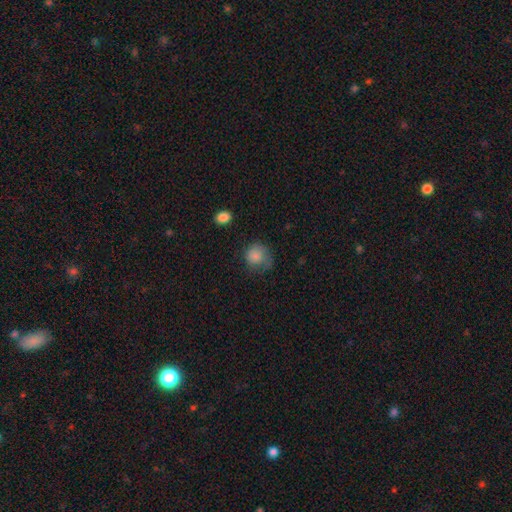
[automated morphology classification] Overall: smooth (81%). How rounded: round (79%). Merging: none (47%; minor disturbance 29%).